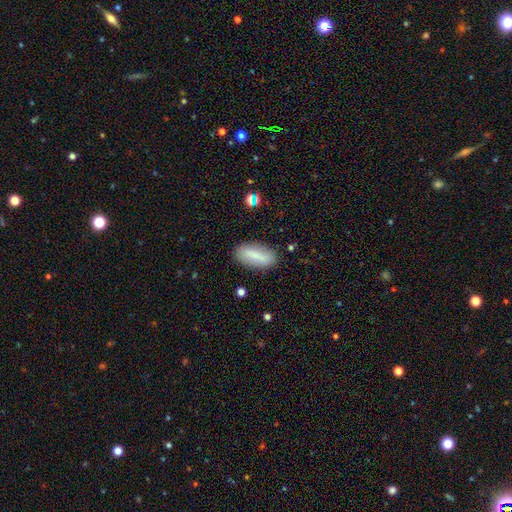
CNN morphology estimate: A smooth galaxy with no disk features (74%) that is in between round and cigar-shaped (75%). Merging: none (82%).